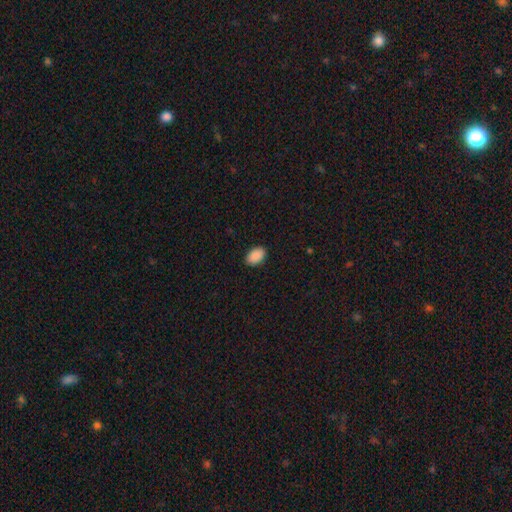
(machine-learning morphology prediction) Smooth or featured?
  - smooth: 90% *
  - star or artifact: 7%
  - featured or disk: 3%
How rounded?
  - in between: 91% *
  - round: 8%
  - cigar-shaped: 1%
Merging?
  - none: 90% *
  - minor disturbance: 7%
  - major disturbance: 2%
  - merger: 1%